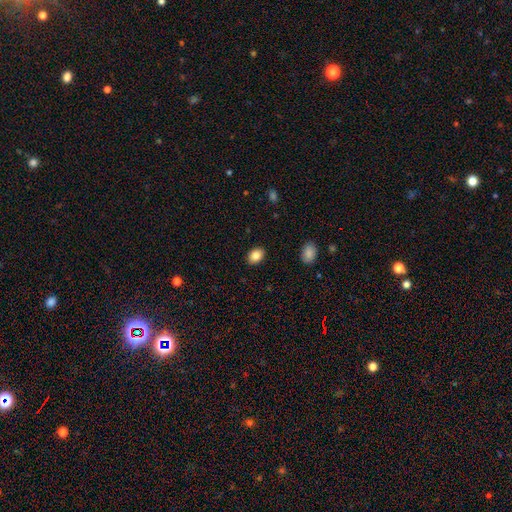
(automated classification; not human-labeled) The model was most divided on "how rounded": in between: 77%, round: 22%, cigar-shaped: 1%. More confident: merging — none (89%); smooth or featured — smooth (84%).